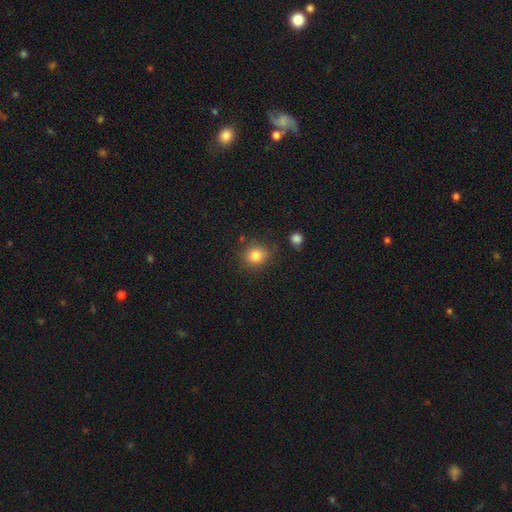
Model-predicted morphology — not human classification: A smooth galaxy with no disk features (82%) that is round (83%). Merging: none (82%).